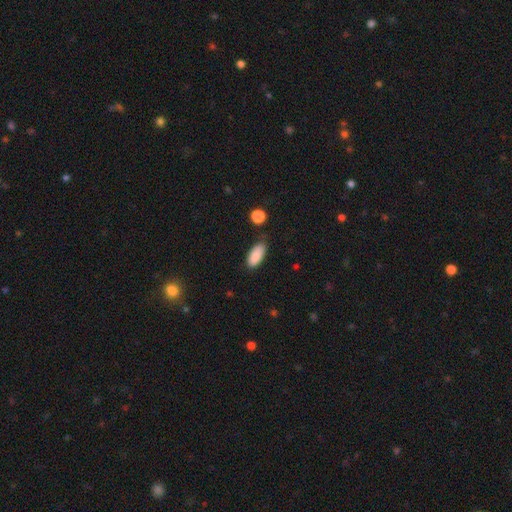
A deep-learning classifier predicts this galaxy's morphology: The model was most divided on "merging": none: 76%, minor disturbance: 17%, major disturbance: 3%, merger: 3%. More confident: smooth or featured — smooth (89%); how rounded — in between (87%).